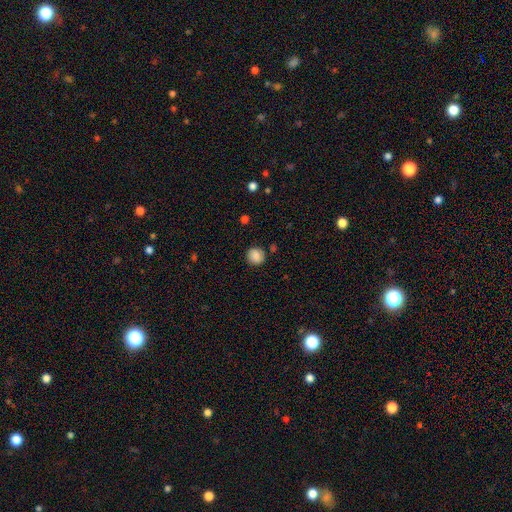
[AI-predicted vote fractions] smooth_or_featured: smooth (p=0.84) [alt: star or artifact p=0.09]
how_rounded: round (p=0.89) [alt: in between p=0.10]
merging: none (p=0.85) [alt: minor disturbance p=0.10]